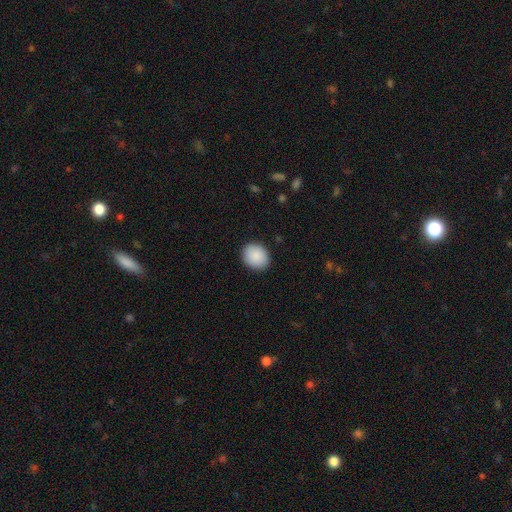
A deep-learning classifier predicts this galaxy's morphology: A smooth galaxy with no disk features (90%) that is round (63%).

Vote fractions:
- Smooth or featured? smooth: 90% / star or artifact: 7% / featured or disk: 4%
- How rounded? round: 63% / in between: 36% / cigar-shaped: 1%
- Merging? none: 90% / minor disturbance: 7% / major disturbance: 2% / merger: 1%